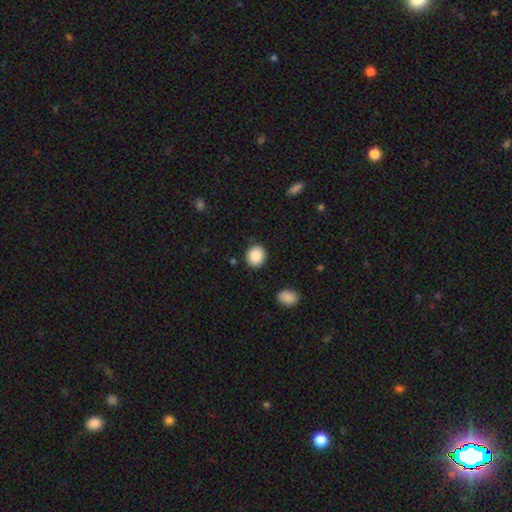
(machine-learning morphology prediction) smooth_or_featured: smooth (p=0.88) [alt: star or artifact p=0.08]
how_rounded: round (p=0.72) [alt: in between p=0.27]
merging: none (p=0.87) [alt: minor disturbance p=0.09]